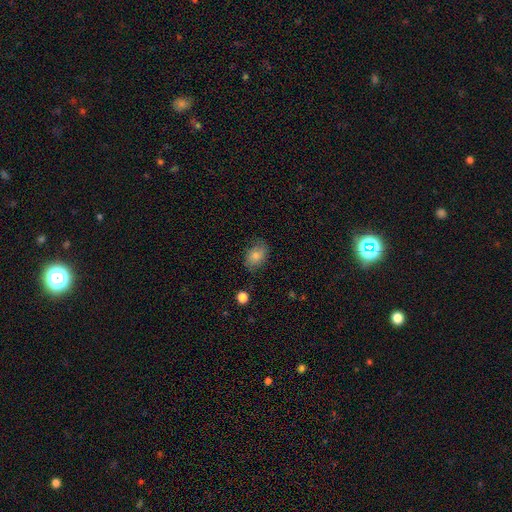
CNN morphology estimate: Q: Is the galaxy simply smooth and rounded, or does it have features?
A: smooth — 79%.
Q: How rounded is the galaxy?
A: in between — 78%.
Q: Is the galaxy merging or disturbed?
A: none — 72%.